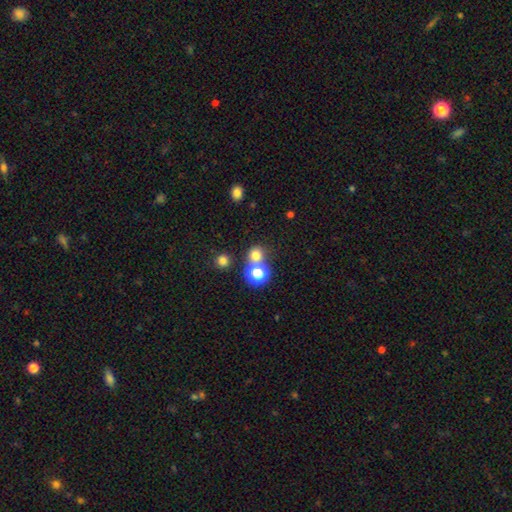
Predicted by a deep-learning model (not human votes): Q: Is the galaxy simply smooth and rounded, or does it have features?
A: smooth — 70%.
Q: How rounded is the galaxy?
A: round — 88%.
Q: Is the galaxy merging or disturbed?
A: none — 67%.